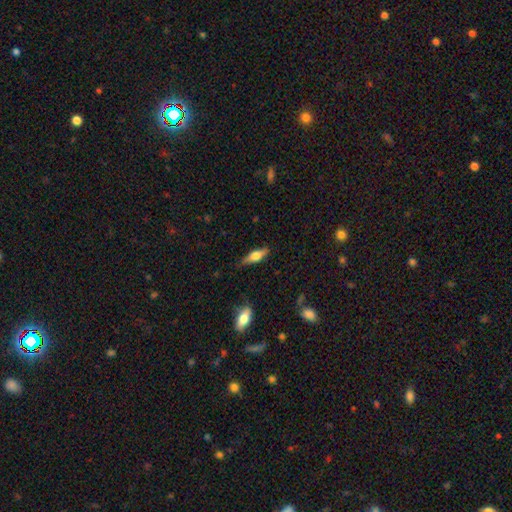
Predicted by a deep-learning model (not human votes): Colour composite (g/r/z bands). It shows a smooth galaxy with no disk features (54%) that is in between round and cigar-shaped (49%). Merging: none (80%).